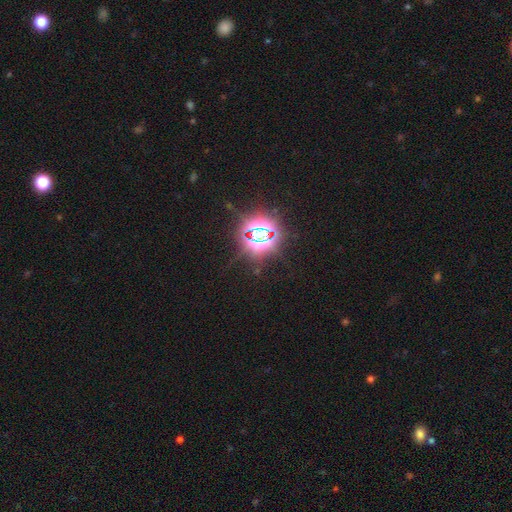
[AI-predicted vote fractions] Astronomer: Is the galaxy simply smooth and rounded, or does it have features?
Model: star or artifact — 85%.